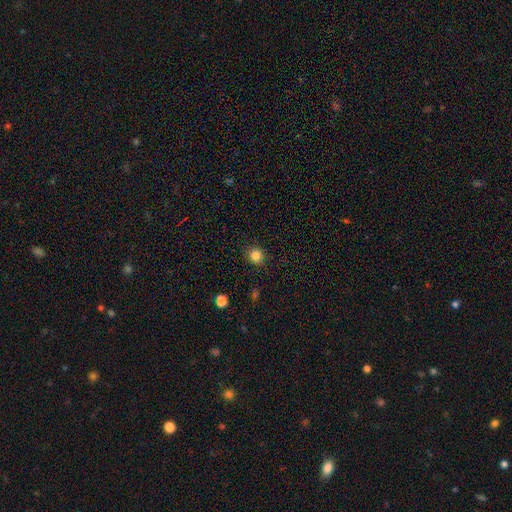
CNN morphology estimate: A smooth galaxy with no disk features (84%) that is round (90%). Merging: none (90%).